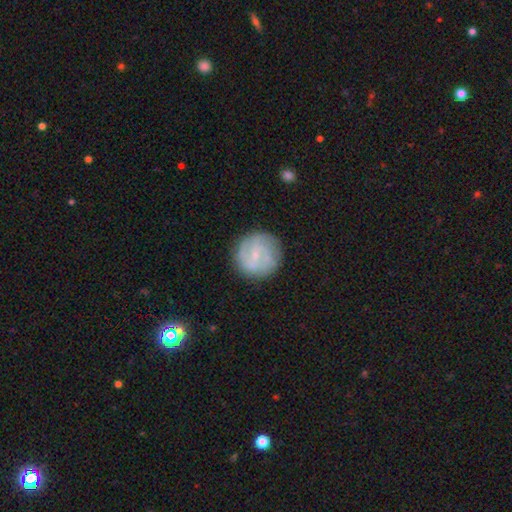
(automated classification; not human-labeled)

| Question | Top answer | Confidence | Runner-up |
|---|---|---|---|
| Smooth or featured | featured or disk | 57% | smooth (36%) |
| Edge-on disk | no | 98% | yes (2%) |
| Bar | weak | 54% | no (36%) |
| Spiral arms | yes | 79% | no (21%) |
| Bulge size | small | 67% | moderate (21%) |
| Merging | none | 82% | minor disturbance (12%) |